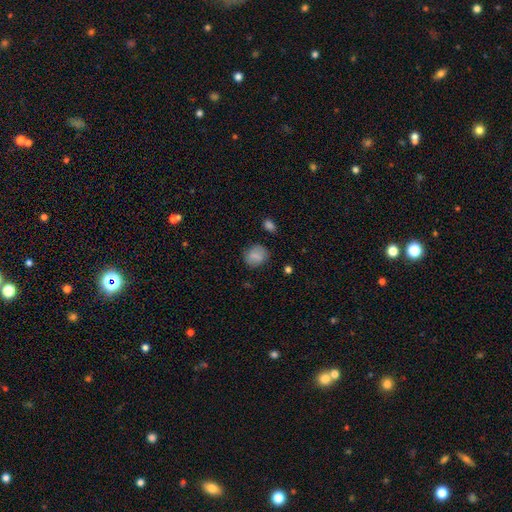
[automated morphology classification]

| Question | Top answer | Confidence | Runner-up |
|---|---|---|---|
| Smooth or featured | smooth | 79% | featured or disk (12%) |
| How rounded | round | 63% | in between (35%) |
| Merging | none | 78% | minor disturbance (15%) |